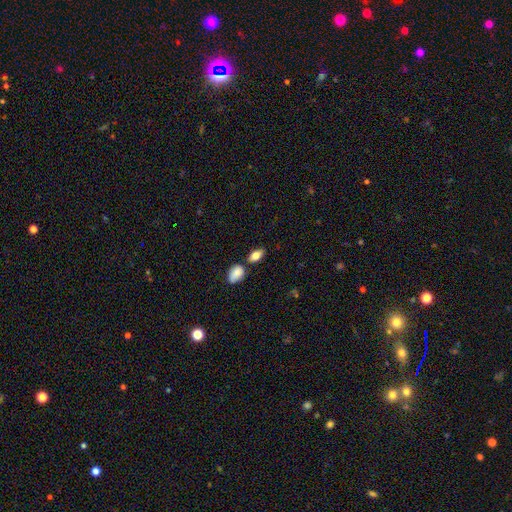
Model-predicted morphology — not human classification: type=smooth (80%); roundness=in between (87%); merging=none (69%).